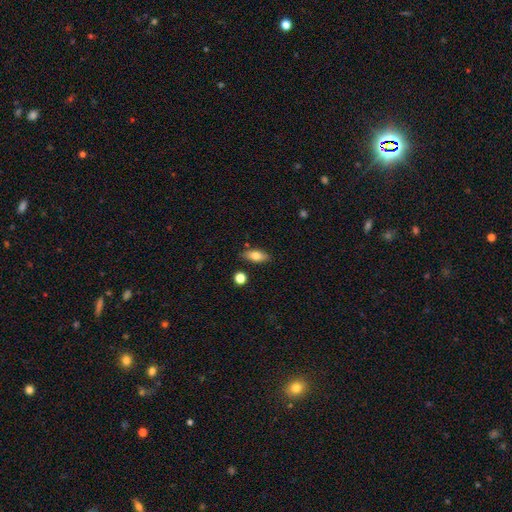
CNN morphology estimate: The model was most divided on "smooth or featured": smooth: 76%, featured or disk: 17%, star or artifact: 7%. More confident: merging — none (83%); how rounded — in between (80%).